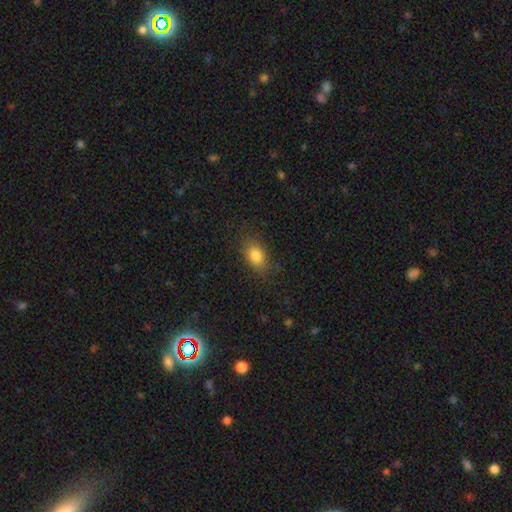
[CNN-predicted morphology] smooth-or-featured: smooth: 82% | star or artifact: 10% | featured or disk: 8%
  how-rounded: in between: 80% | round: 18% | cigar-shaped: 3%
  merging: none: 82% | minor disturbance: 13% | major disturbance: 4% | merger: 1%